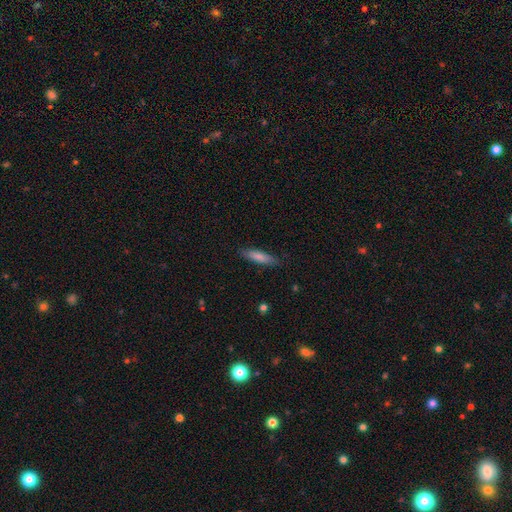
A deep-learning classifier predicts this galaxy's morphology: Smooth or featured: smooth — 72% (featured or disk — 21%)
How rounded: cigar-shaped — 81% (in between — 18%)
Merging: none — 86% (minor disturbance — 11%)